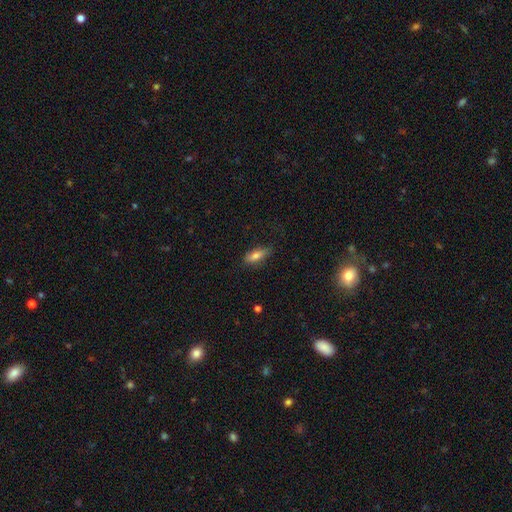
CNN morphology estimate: Smooth or featured? Predicted: smooth (p=0.73). How rounded? Predicted: in between (p=0.67). Merging? Predicted: none (p=0.76).